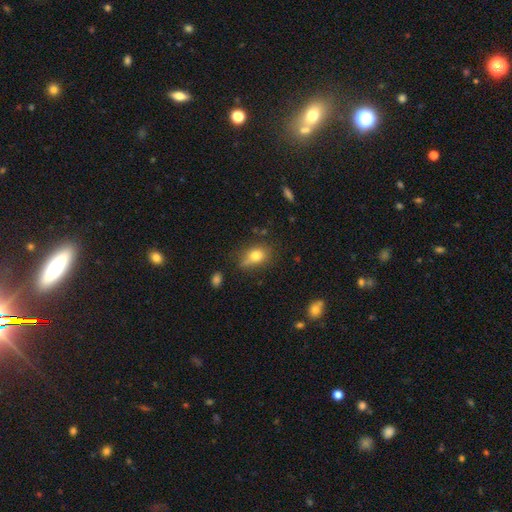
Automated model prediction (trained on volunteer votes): Morphology: type=smooth (76%); roundness=in between (63%); merging=none (54%).